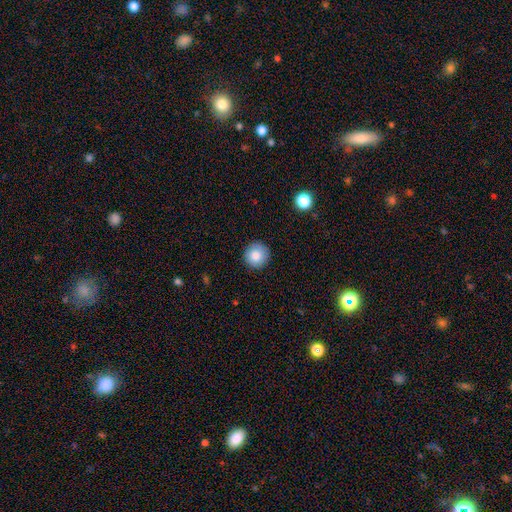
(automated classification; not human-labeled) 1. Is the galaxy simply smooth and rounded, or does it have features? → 84% smooth, 9% star or artifact, 8% featured or disk.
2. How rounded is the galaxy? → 94% round, 5% in between, 1% cigar-shaped.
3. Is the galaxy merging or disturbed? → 89% none, 8% minor disturbance, 2% major disturbance, 1% merger.